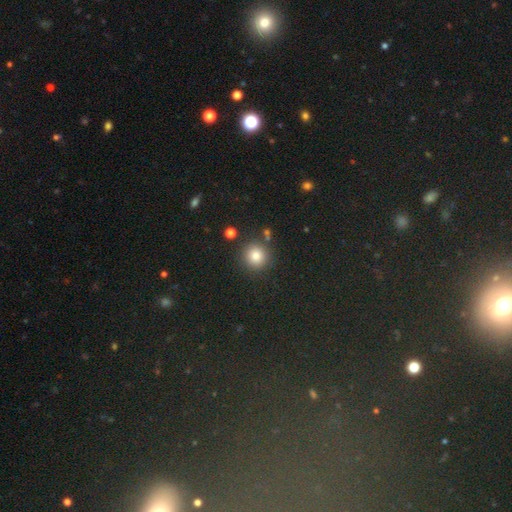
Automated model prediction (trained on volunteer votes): Morphology: type=smooth (81%); roundness=round (93%); merging=none (85%).